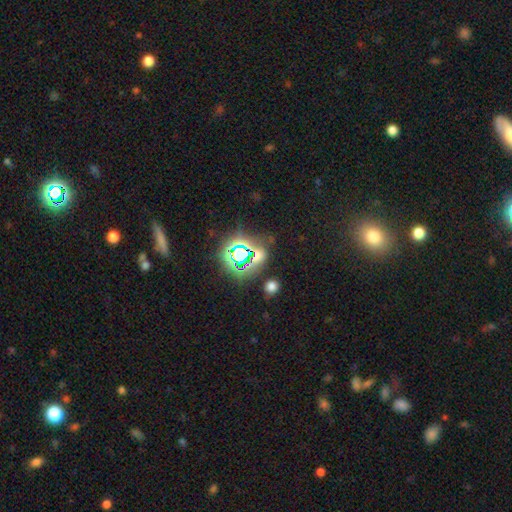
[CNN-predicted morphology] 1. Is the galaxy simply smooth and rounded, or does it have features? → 67% star or artifact, 24% smooth, 9% featured or disk.